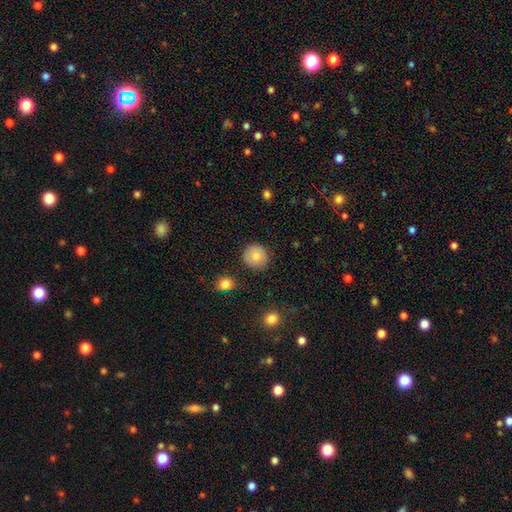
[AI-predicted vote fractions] The model was most divided on "smooth or featured": smooth: 81%, featured or disk: 11%, star or artifact: 8%. More confident: how rounded — round (92%); merging — none (87%).